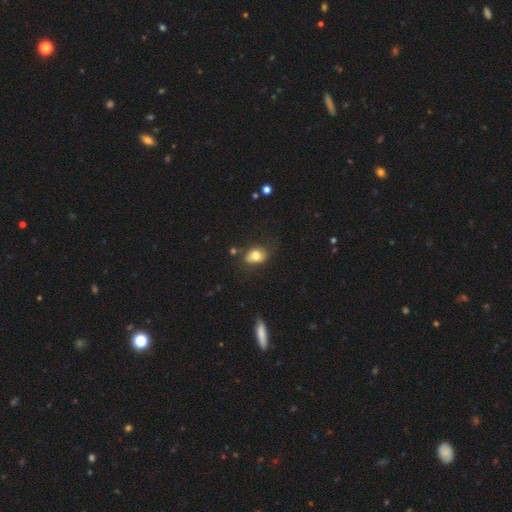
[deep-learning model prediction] Morphology: type=smooth (75%); roundness=in between (70%); merging=none (61%).